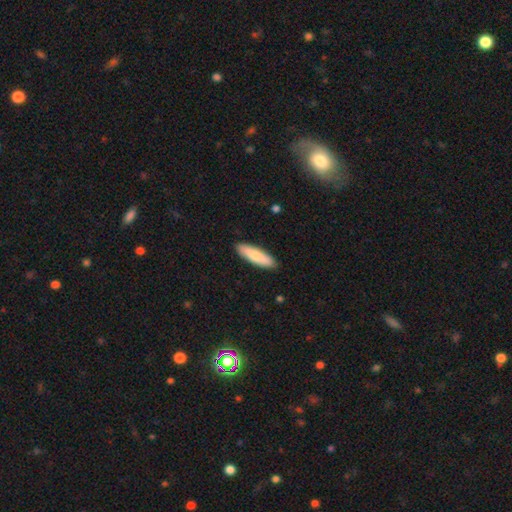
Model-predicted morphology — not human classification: smooth_or_featured: smooth (p=0.77) [alt: featured or disk p=0.18]
how_rounded: cigar-shaped (p=0.62) [alt: in between p=0.36]
merging: none (p=0.90) [alt: minor disturbance p=0.08]